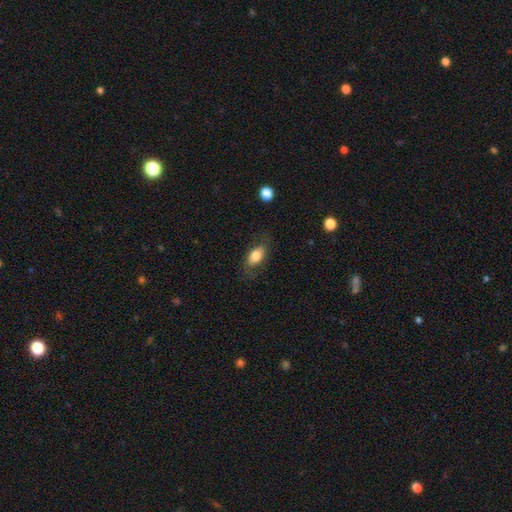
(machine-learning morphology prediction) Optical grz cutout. It shows a smooth galaxy with no disk features (74%) that is in between round and cigar-shaped (88%). Merging: none (73%).